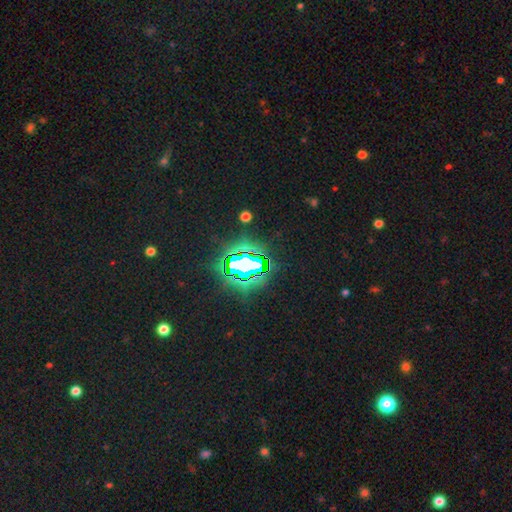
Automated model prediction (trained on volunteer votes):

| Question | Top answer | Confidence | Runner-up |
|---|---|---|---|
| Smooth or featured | star or artifact | 79% | smooth (11%) |